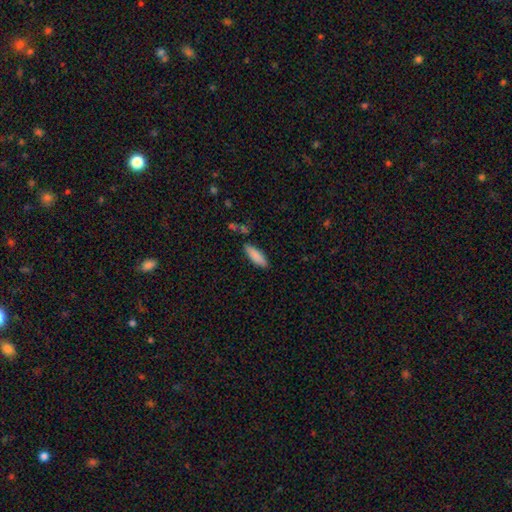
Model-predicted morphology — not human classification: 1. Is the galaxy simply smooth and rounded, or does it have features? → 87% smooth, 6% featured or disk, 6% star or artifact.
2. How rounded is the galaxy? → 54% in between, 45% cigar-shaped, 2% round.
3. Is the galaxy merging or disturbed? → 78% none, 15% minor disturbance, 4% merger, 3% major disturbance.